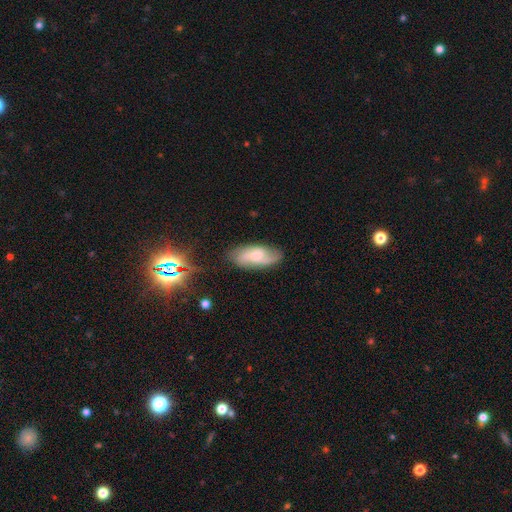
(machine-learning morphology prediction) featured or disk 53%, smooth 39%, star or artifact 8%. Down the decision tree: edge-on disk — no (89%); merging — none (74%).